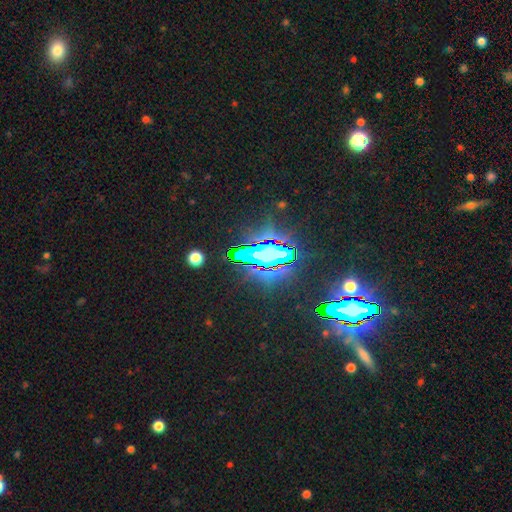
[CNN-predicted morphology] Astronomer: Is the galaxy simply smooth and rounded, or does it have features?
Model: star or artifact — 77%.